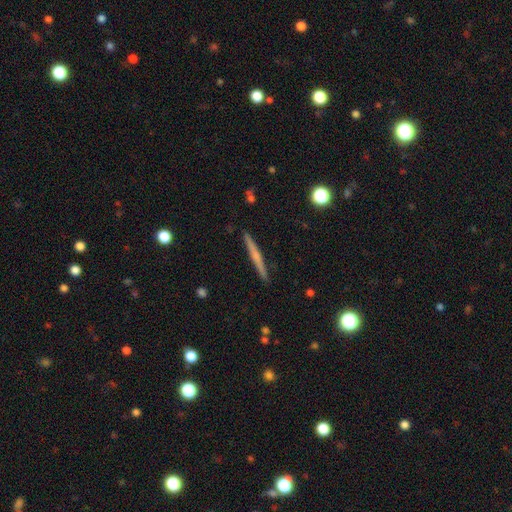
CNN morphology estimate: featured or disk 56%, smooth 37%, star or artifact 7%. Down the decision tree: edge-on disk — yes (98%); edge-on bulge — none (51%); merging — none (92%).